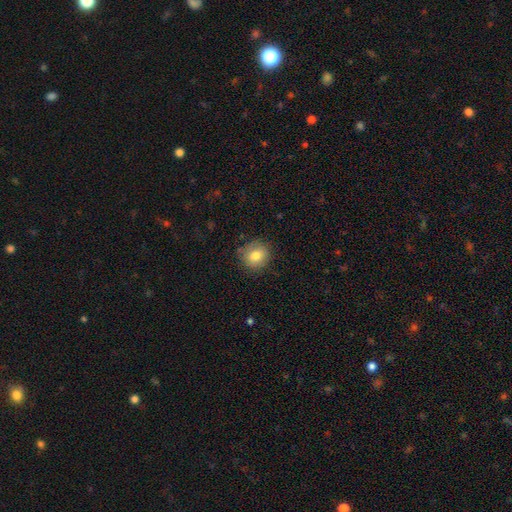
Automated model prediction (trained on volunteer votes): A smooth galaxy with no disk features (81%) that is round (86%). Merging: none (84%).